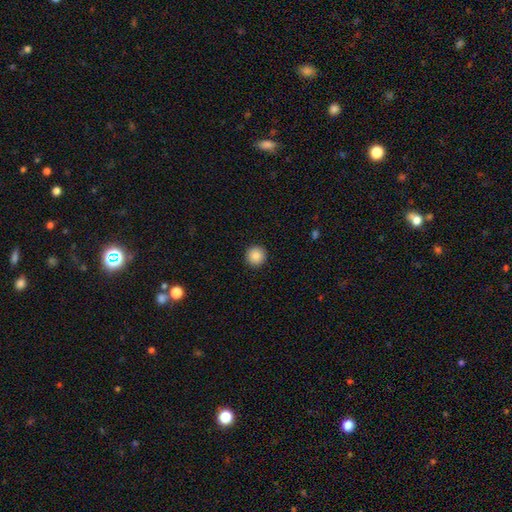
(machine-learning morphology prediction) The model was most divided on "smooth or featured": smooth: 88%, star or artifact: 8%, featured or disk: 3%. More confident: how rounded — round (96%); merging — none (93%).